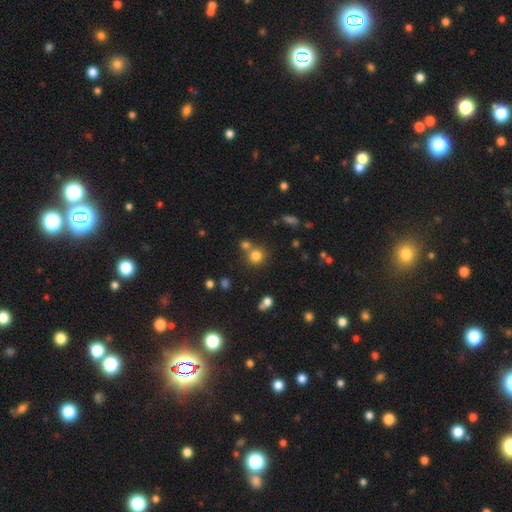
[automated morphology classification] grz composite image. It shows a smooth galaxy with no disk features (78%) that is round (90%). Merging: none (65%).